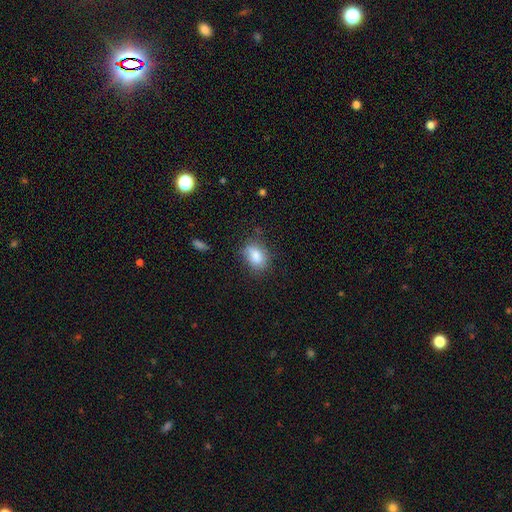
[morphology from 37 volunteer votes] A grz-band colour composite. It shows a smooth galaxy with no disk features (86%) that is in between round and cigar-shaped (69%). Merging: none (74%).